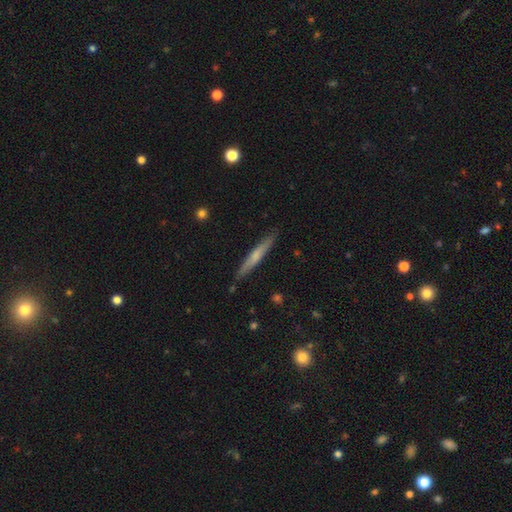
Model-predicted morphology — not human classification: This appears to be a smooth galaxy with no disk features (48%). Merging: none (88%).